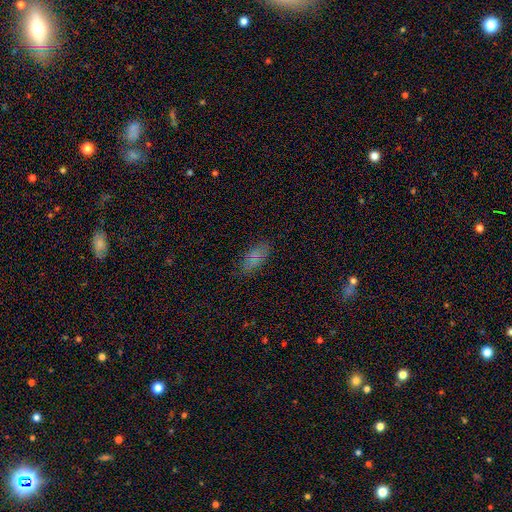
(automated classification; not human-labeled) This appears to be a smooth galaxy with no disk features (78%) that is in between round and cigar-shaped (80%). Merging: none (84%).